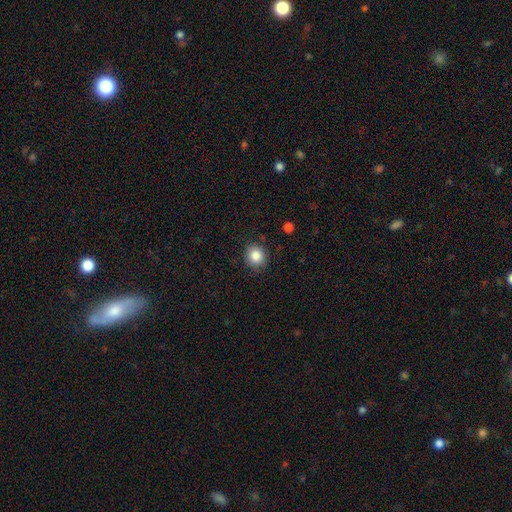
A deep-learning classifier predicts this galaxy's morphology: This appears to be a smooth galaxy with no disk features (85%) that is round (86%). Merging: none (87%).